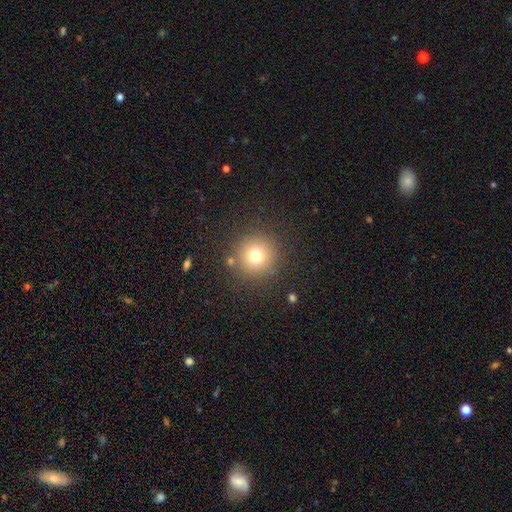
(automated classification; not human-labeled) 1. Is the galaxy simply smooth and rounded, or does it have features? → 74% smooth, 15% star or artifact, 10% featured or disk.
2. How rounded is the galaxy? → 95% round, 4% in between, 1% cigar-shaped.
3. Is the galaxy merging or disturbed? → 85% none, 7% minor disturbance, 4% major disturbance, 4% merger.